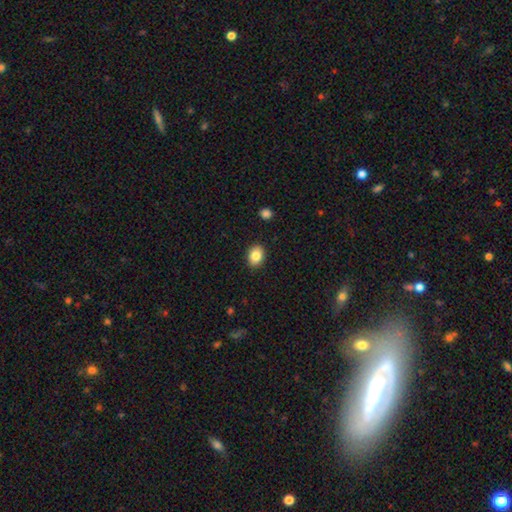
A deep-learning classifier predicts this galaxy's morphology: A smooth galaxy with no disk features (85%) that is in between round and cigar-shaped (63%).

Vote fractions:
- Smooth or featured? smooth: 85% / star or artifact: 8% / featured or disk: 6%
- How rounded? in between: 63% / round: 36% / cigar-shaped: 1%
- Merging? none: 89% / minor disturbance: 8% / major disturbance: 2% / merger: 1%